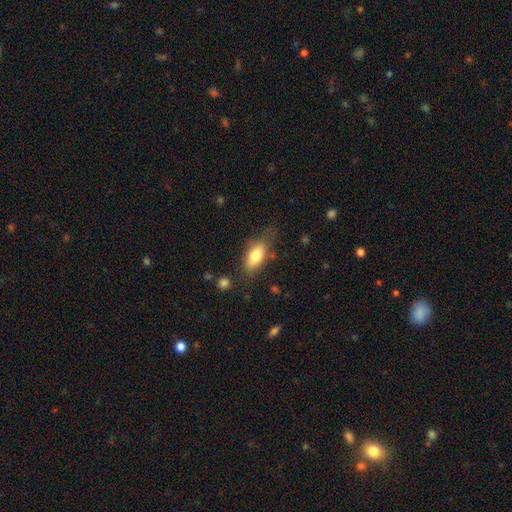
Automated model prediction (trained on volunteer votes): The model was most divided on "merging": none: 69%, minor disturbance: 21%, major disturbance: 7%, merger: 3%. More confident: how rounded — in between (83%); smooth or featured — smooth (77%).